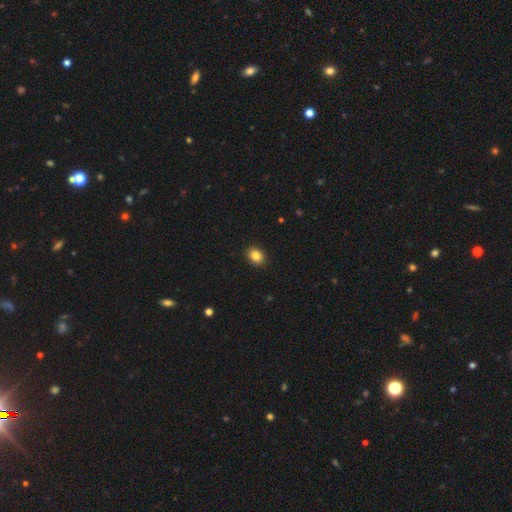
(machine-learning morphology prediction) This is clearly a smooth galaxy (85%). How rounded: possibly in between (56%). Merging: clearly none (90%).